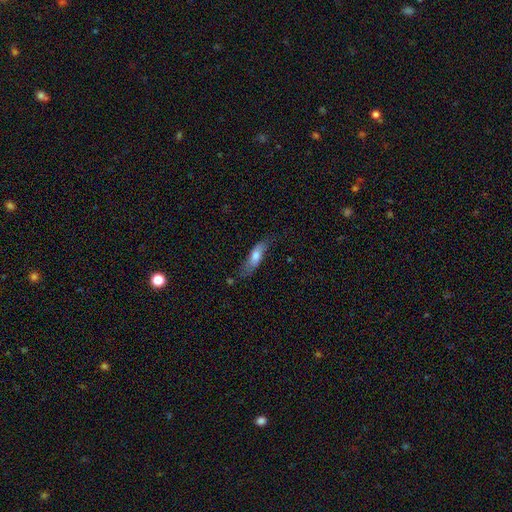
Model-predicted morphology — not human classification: Smooth or featured: smooth — 68% (featured or disk — 25%)
How rounded: in between — 52% (cigar-shaped — 46%)
Merging: none — 57% (minor disturbance — 29%)